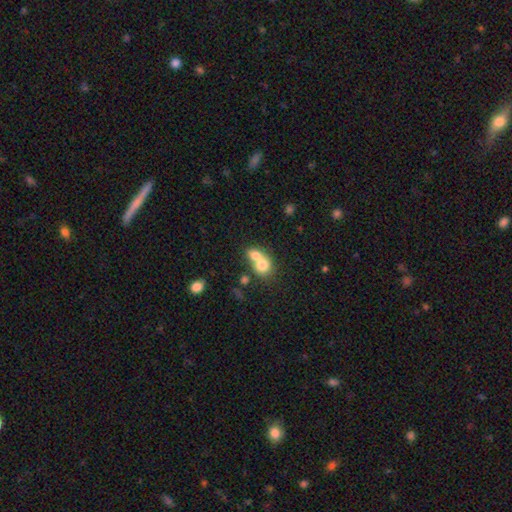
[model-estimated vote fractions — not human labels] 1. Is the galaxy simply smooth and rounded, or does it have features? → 74% smooth, 16% featured or disk, 10% star or artifact.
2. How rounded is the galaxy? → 60% round, 39% in between, 1% cigar-shaped.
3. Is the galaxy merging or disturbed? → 70% merger, 22% none, 6% minor disturbance, 3% major disturbance.